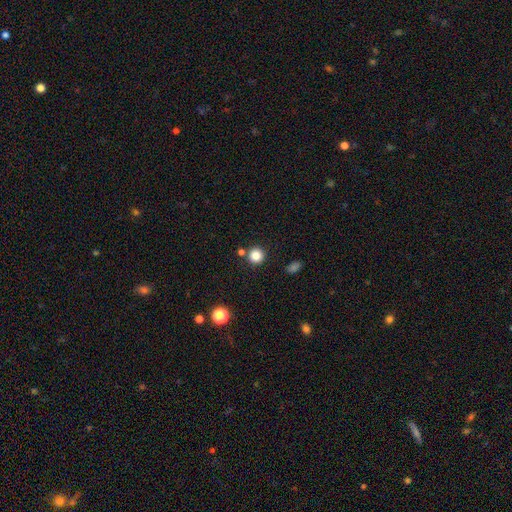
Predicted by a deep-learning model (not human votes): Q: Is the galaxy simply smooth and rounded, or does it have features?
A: smooth — 83%.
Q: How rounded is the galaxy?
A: round — 95%.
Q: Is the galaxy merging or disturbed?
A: none — 84%.